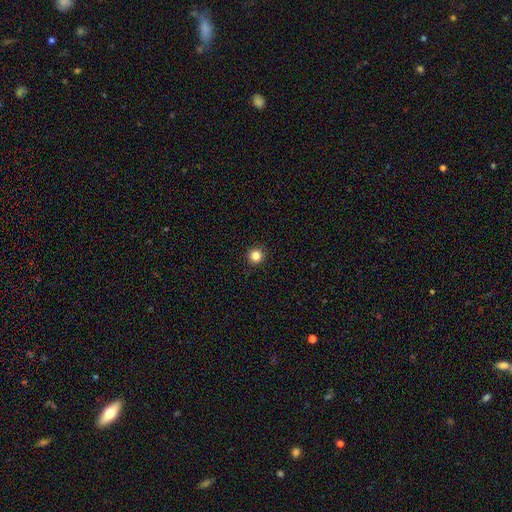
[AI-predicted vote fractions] Smooth or featured? smooth (83%)
How rounded? round (95%)
Merging? none (93%)